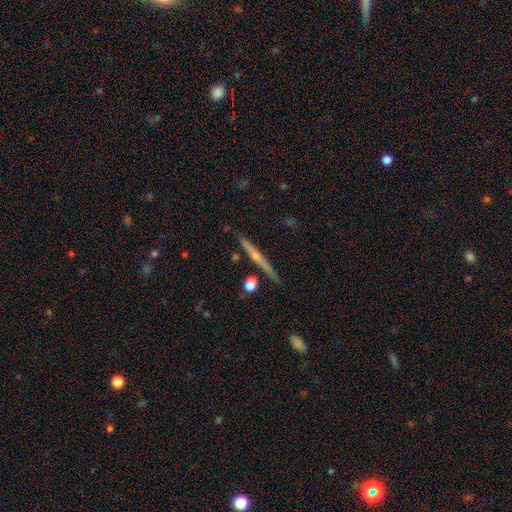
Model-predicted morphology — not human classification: featured or disk 71%, smooth 22%, star or artifact 7%. Down the decision tree: edge-on disk — yes (98%); edge-on bulge — rounded (72%); merging — none (86%).